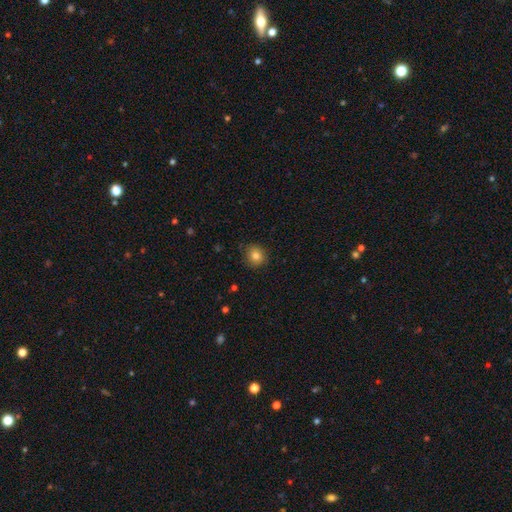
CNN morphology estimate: A smooth galaxy with no disk features (82%) that is round (89%). Merging: none (85%).